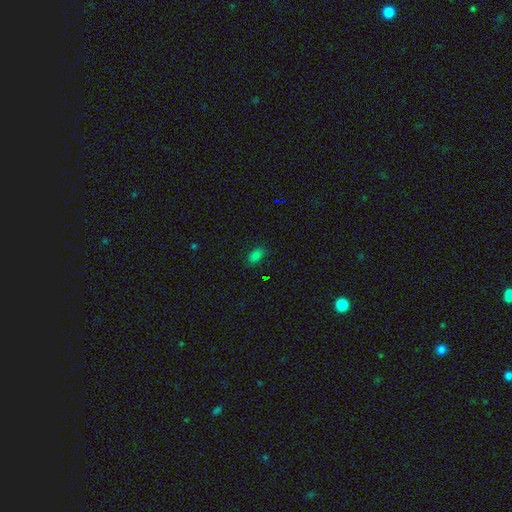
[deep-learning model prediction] A smooth galaxy with no disk features (79%) that is in between round and cigar-shaped (89%). Merging: none (84%).